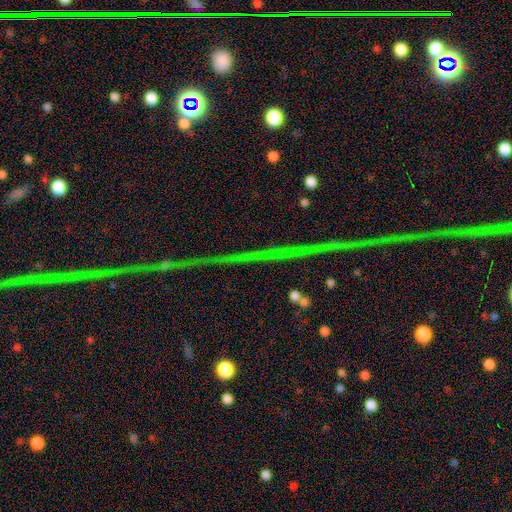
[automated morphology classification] The model was most divided on "smooth or featured": star or artifact: 73%, featured or disk: 17%, smooth: 10%.